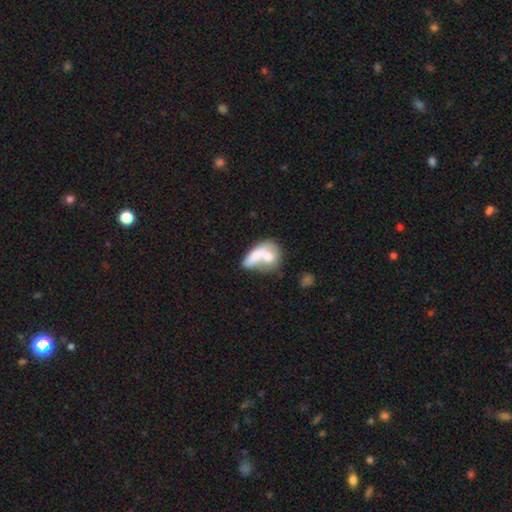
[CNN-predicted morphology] Smooth or featured? smooth (65%)
How rounded? in between (68%)
Merging? merger (65%)